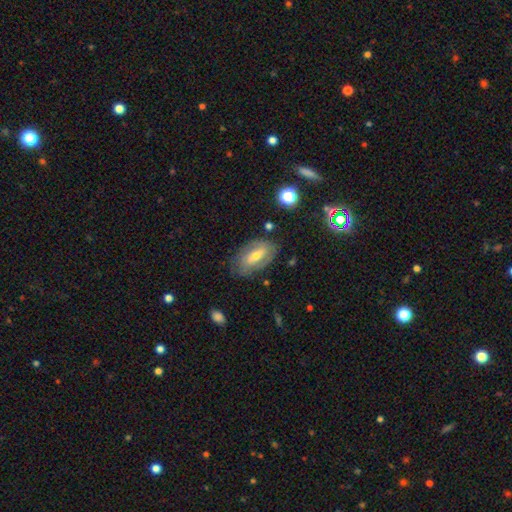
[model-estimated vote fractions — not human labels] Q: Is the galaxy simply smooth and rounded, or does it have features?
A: featured or disk — 61%.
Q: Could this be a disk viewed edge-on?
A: no — 89%.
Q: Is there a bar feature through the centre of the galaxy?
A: weak — 39%.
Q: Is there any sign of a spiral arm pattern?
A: yes — 65%.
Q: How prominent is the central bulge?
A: moderate — 52%.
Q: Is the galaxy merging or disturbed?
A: none — 74%.